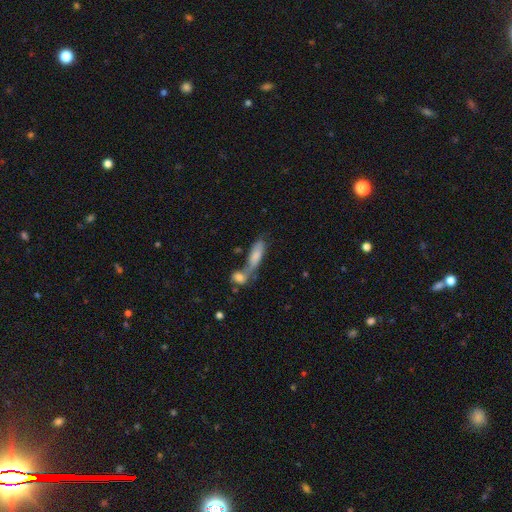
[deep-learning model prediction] This is likely a smooth galaxy (75%). How rounded: possibly in between (59%). Merging: possibly merger (59%).